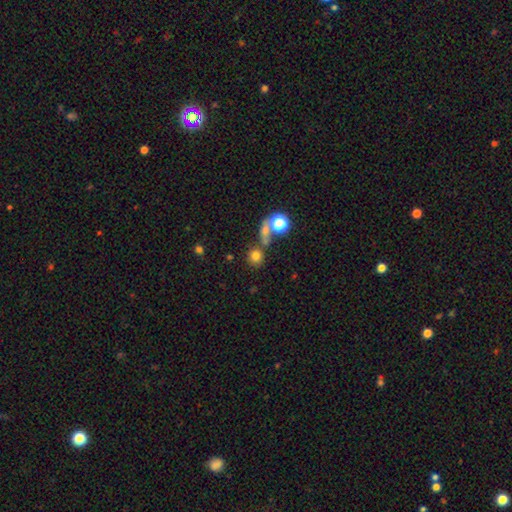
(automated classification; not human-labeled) Overall: smooth (74%). How rounded: round (88%). Merging: none (65%).